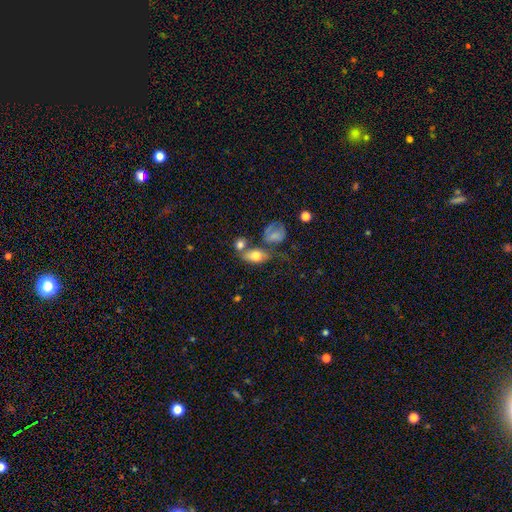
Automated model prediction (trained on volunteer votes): smooth_or_featured: smooth (p=0.72) [alt: featured or disk p=0.19]
how_rounded: in between (p=0.80) [alt: round p=0.15]
merging: none (p=0.41) [alt: merger p=0.30]